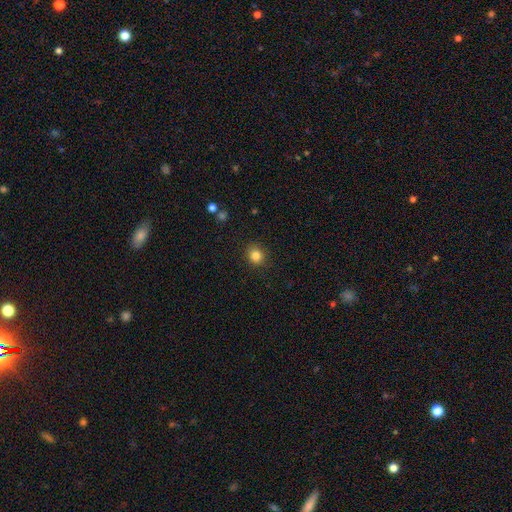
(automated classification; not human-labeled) Smooth or featured? smooth (84%)
How rounded? round (81%)
Merging? none (89%)